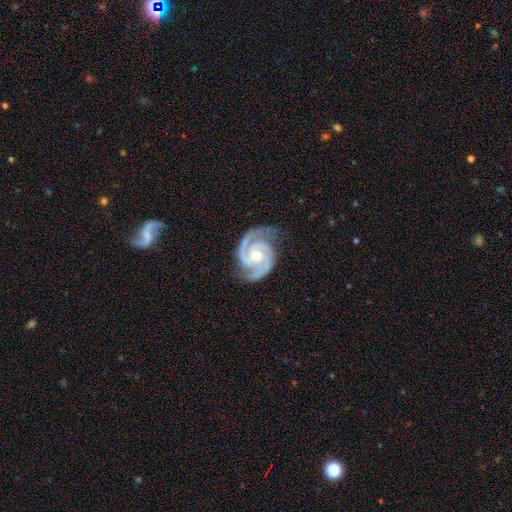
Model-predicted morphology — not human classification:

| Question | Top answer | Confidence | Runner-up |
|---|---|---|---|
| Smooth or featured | featured or disk | 94% | star or artifact (3%) |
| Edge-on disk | no | 98% | yes (2%) |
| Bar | no | 63% | weak (28%) |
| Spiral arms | yes | 99% | no (1%) |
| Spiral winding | tight | 52% | medium (44%) |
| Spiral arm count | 2 | 77% | 3 (16%) |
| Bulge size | moderate | 59% | small (38%) |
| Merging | none | 76% | minor disturbance (18%) |